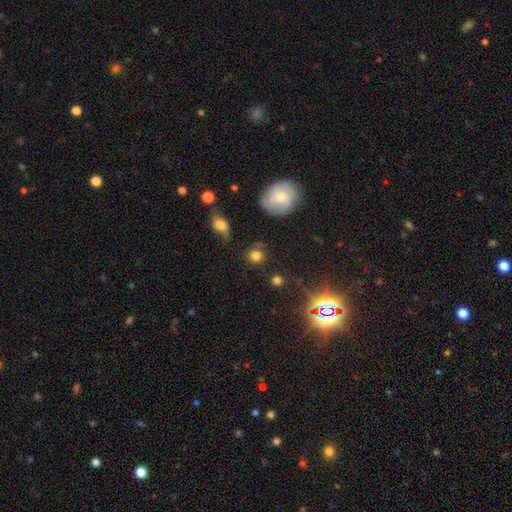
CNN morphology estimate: smooth 78%, star or artifact 14%, featured or disk 8%. Down the decision tree: how rounded — round (85%); merging — none (72%).